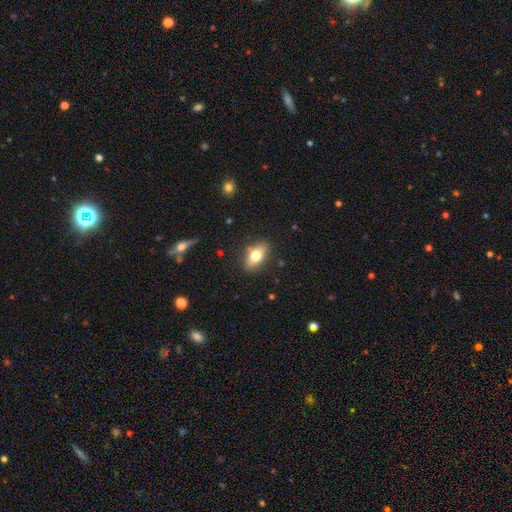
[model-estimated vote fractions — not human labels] Overall: smooth (77%). How rounded: in between (88%). Merging: none (84%).